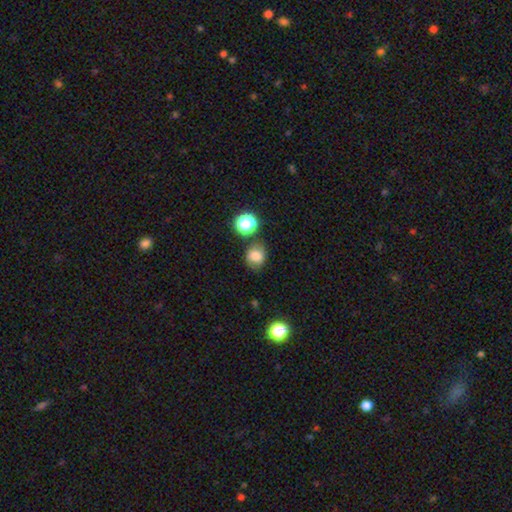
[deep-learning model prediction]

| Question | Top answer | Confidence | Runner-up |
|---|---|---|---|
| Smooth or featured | smooth | 71% | featured or disk (15%) |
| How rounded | round | 71% | in between (28%) |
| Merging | none | 69% | minor disturbance (19%) |